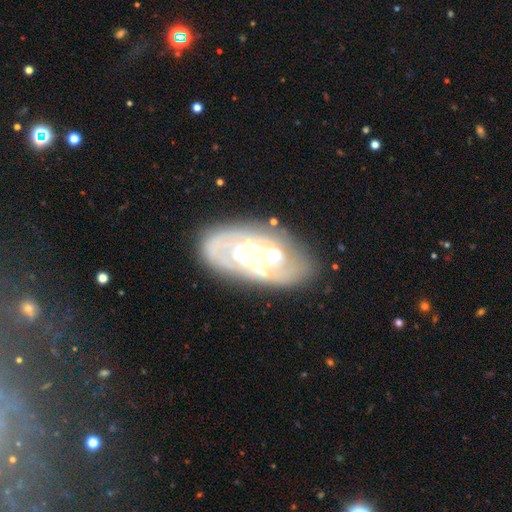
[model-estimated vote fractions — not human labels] Overall: featured or disk (82%). Edge-on disk: no (95%). Bar: no (67%). Spiral arms: yes (87%). Spiral arm count: can't tell (38%; 2 28%). Spiral winding: tight (66%; medium 27%). Bulge size: small (60%; moderate 33%). Merging: none (70%).